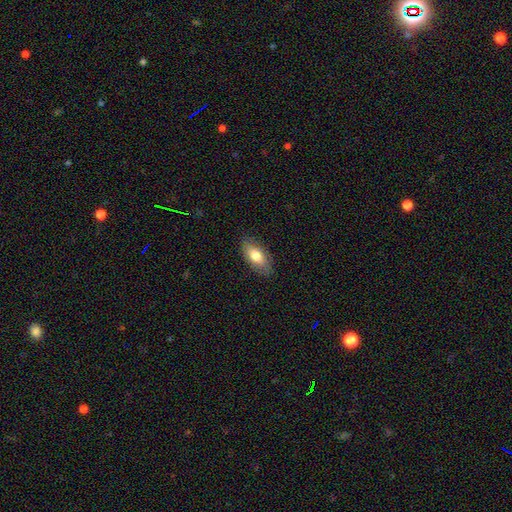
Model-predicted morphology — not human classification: This appears to be a smooth galaxy with no disk features (75%) that is in between round and cigar-shaped (89%). Merging: none (84%).